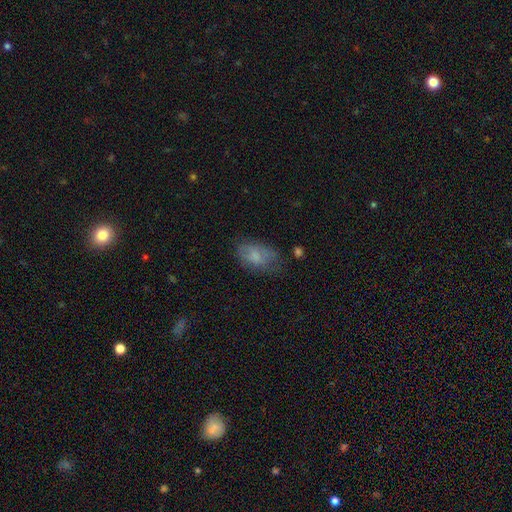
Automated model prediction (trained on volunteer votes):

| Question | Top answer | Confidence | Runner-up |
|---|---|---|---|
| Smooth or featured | smooth | 68% | featured or disk (23%) |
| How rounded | in between | 91% | round (7%) |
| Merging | none | 55% | minor disturbance (29%) |